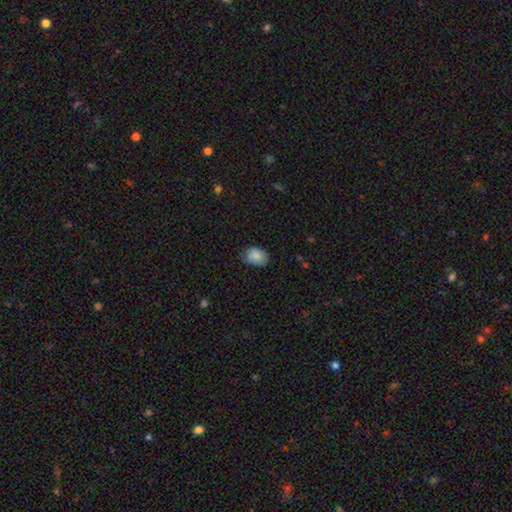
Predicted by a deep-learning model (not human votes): Smooth or featured? smooth (87%)
How rounded? in between (73%)
Merging? none (72%)